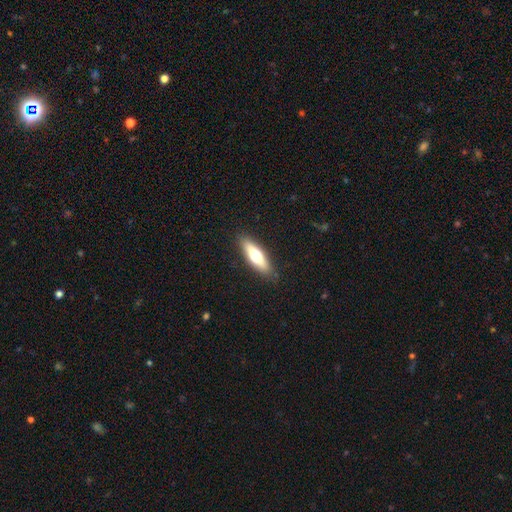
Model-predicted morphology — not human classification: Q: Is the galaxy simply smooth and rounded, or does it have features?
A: smooth — 58%.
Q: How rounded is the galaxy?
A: cigar-shaped — 58%.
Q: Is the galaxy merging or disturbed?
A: none — 87%.